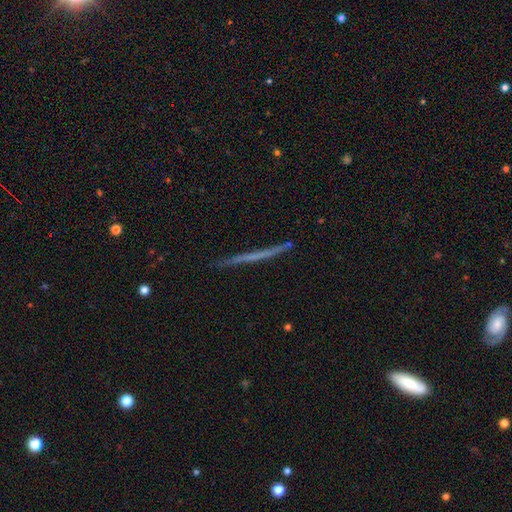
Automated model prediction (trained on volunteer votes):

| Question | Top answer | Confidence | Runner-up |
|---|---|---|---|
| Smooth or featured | featured or disk | 55% | smooth (38%) |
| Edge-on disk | yes | 97% | no (3%) |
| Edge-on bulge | none | 92% | rounded (5%) |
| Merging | none | 88% | minor disturbance (9%) |